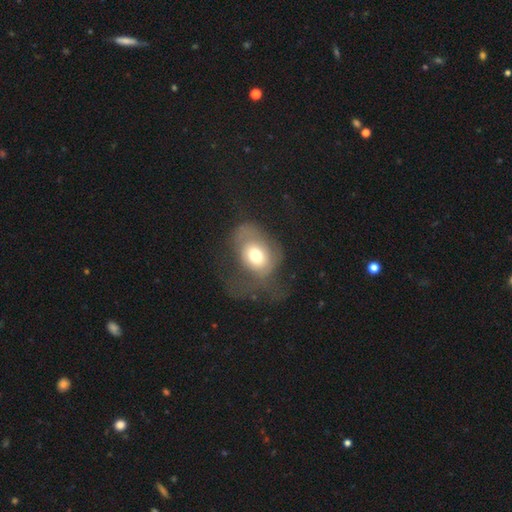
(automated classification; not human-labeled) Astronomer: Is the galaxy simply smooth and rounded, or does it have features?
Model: smooth — 59%.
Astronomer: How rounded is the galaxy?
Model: in between — 58% (runner-up: round, 41%).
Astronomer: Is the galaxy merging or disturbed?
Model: major disturbance — 51%.